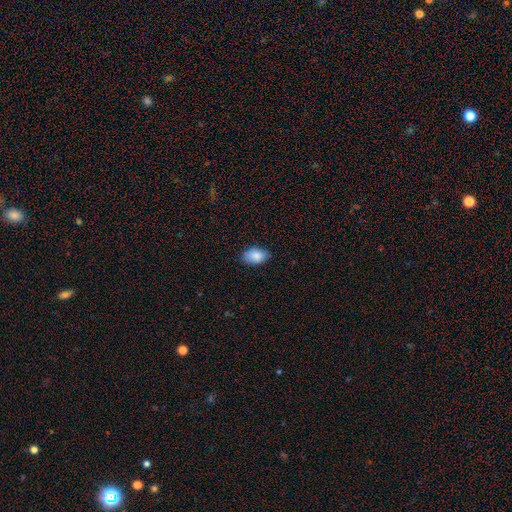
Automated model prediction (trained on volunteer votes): A smooth galaxy with no disk features (87%) that is in between round and cigar-shaped (90%).

Vote fractions:
- Smooth or featured? smooth: 87% / star or artifact: 7% / featured or disk: 6%
- How rounded? in between: 90% / round: 8% / cigar-shaped: 1%
- Merging? none: 84% / minor disturbance: 13% / major disturbance: 2% / merger: 1%